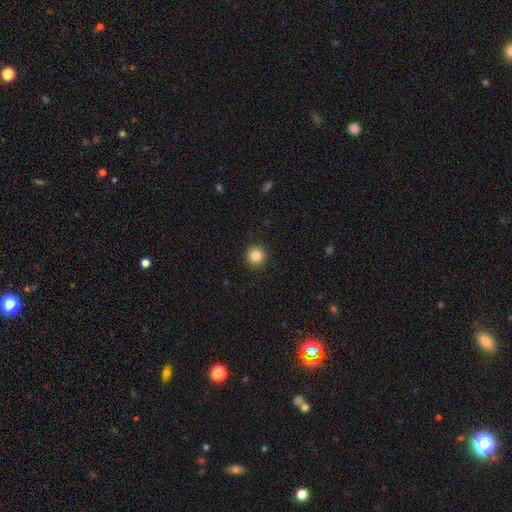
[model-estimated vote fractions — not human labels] Smooth or featured: smooth — 85% (star or artifact — 10%)
How rounded: round — 95% (in between — 4%)
Merging: none — 92% (minor disturbance — 5%)